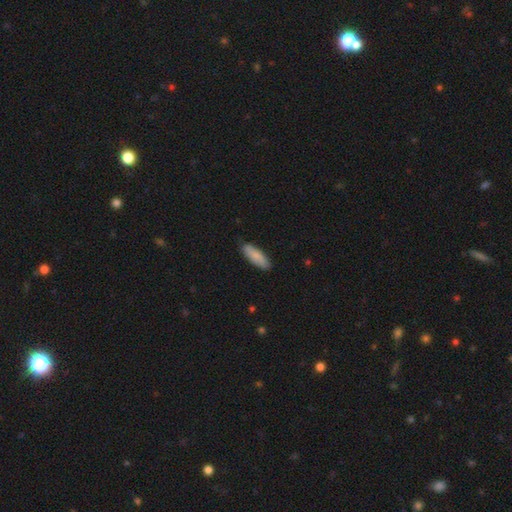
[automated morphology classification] Q: Smooth or featured?
A: smooth (82%); runner-up: featured or disk (12%)
Q: How rounded?
A: in between (59%); runner-up: cigar-shaped (39%)
Q: Merging?
A: none (86%); runner-up: minor disturbance (11%)